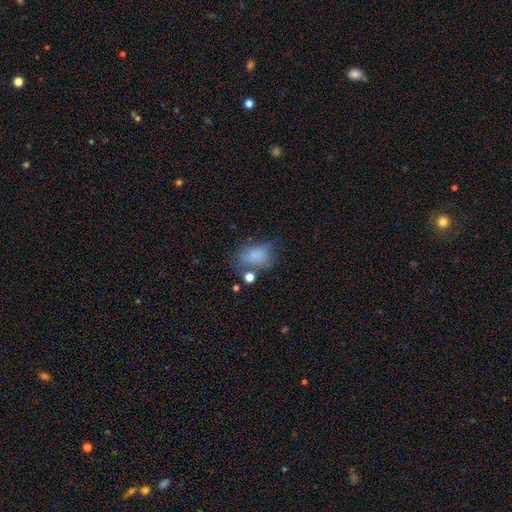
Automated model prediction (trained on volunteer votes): Morphology: type=smooth (75%); roundness=in between (80%); merging=none (47%).